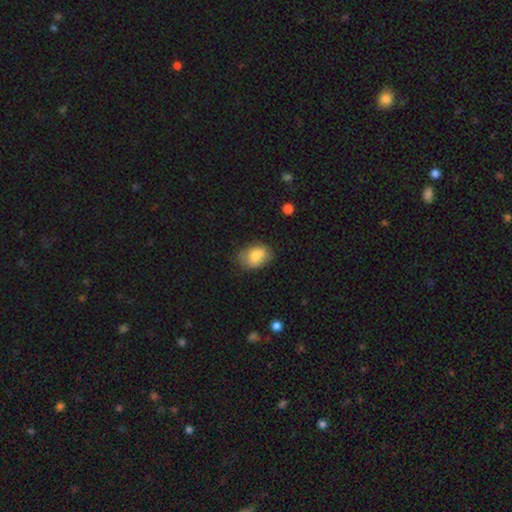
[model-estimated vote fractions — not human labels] Smooth or featured? Predicted: smooth (p=0.77). How rounded? Predicted: in between (p=0.78). Merging? Predicted: none (p=0.66).